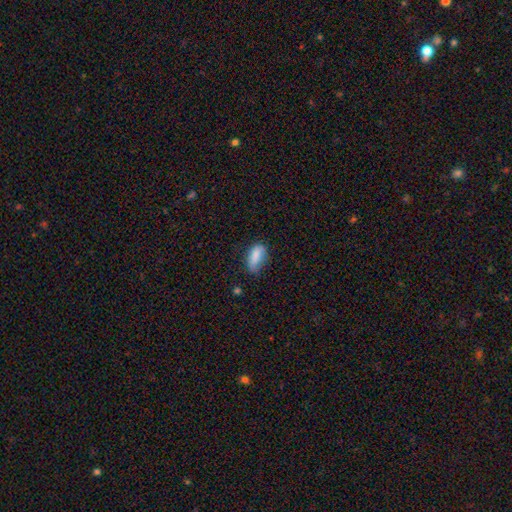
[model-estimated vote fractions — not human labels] A smooth galaxy with no disk features (81%) that is in between round and cigar-shaped (86%).

Vote fractions:
- Smooth or featured? smooth: 81% / featured or disk: 11% / star or artifact: 8%
- How rounded? in between: 86% / cigar-shaped: 11% / round: 3%
- Merging? none: 58% / minor disturbance: 32% / major disturbance: 8% / merger: 2%